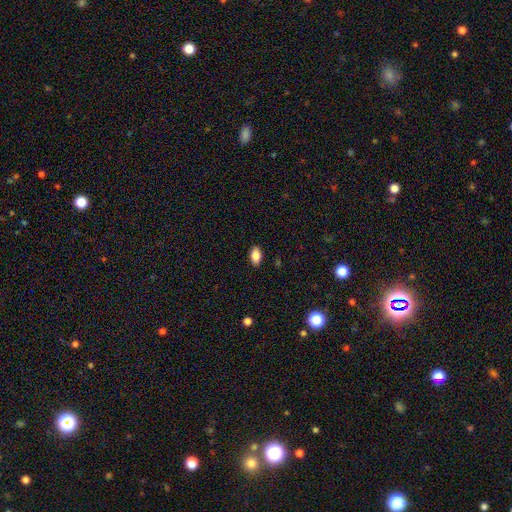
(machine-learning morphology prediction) smooth_or_featured: smooth (p=0.84) [alt: star or artifact p=0.08]
how_rounded: in between (p=0.91) [alt: round p=0.06]
merging: none (p=0.88) [alt: minor disturbance p=0.09]